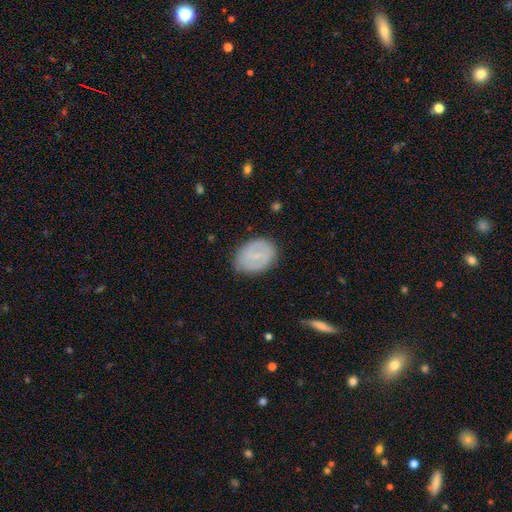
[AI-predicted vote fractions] This appears to be a featured or disk galaxy (49%). Merging: none (82%).